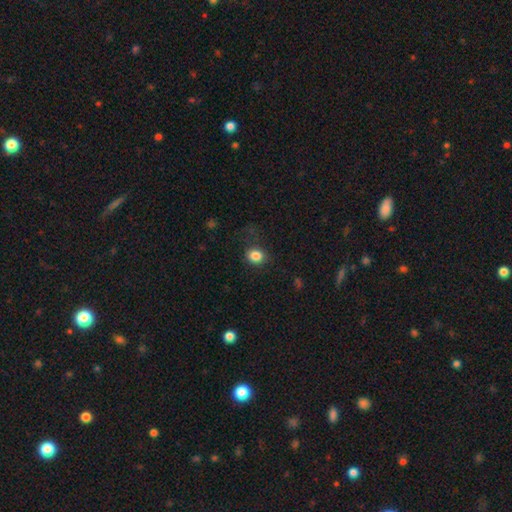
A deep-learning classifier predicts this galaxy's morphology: Smooth or featured? smooth (84%)
How rounded? round (65%)
Merging? none (75%)